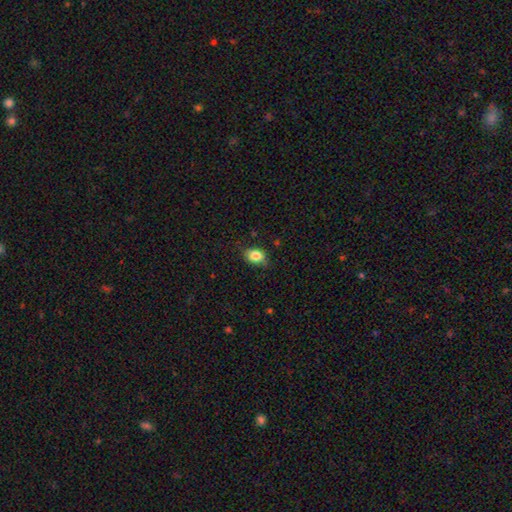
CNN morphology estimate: Smooth or featured: smooth — 84% (star or artifact — 9%)
How rounded: in between — 67% (round — 32%)
Merging: none — 75% (minor disturbance — 20%)